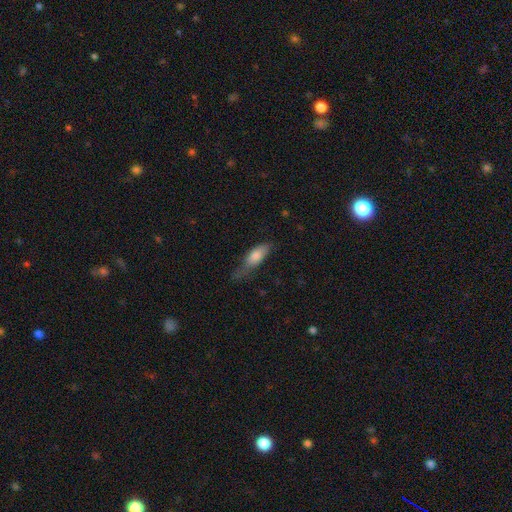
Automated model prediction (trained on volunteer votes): Smooth or featured? Predicted: smooth (p=0.77). How rounded? Predicted: in between (p=0.70). Merging? Predicted: minor disturbance (p=0.39).